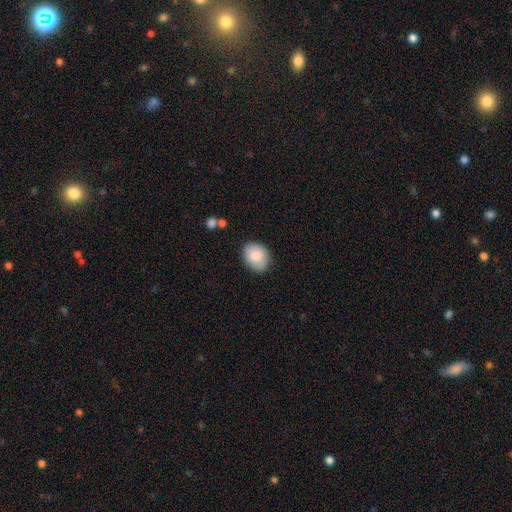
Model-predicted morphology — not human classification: This is clearly a smooth galaxy (85%). How rounded: likely in between (62%). Merging: clearly none (80%).